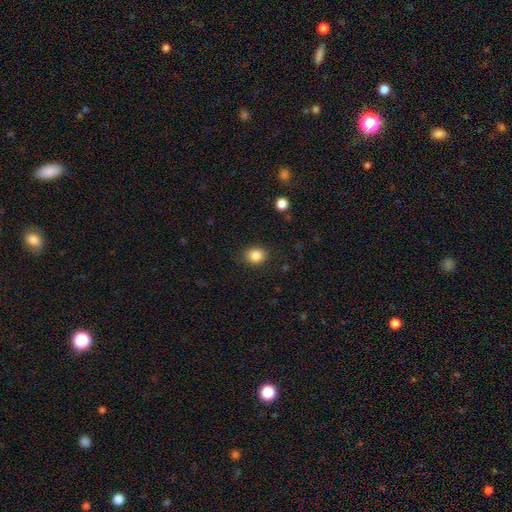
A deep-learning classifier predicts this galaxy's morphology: type=smooth (85%); roundness=round (65%); merging=none (88%).